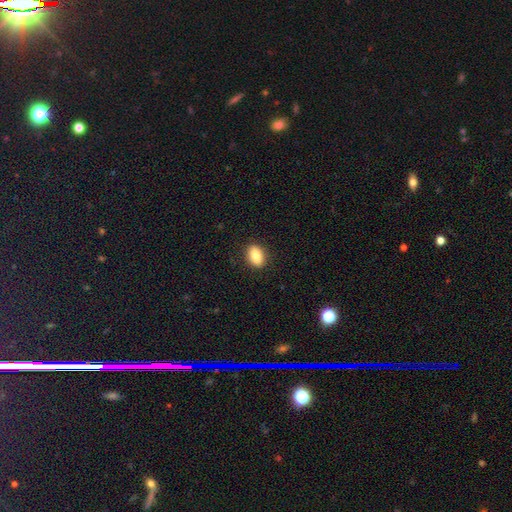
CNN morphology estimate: A smooth galaxy with no disk features (84%) that is in between round and cigar-shaped (84%).

Vote fractions:
- Smooth or featured? smooth: 84% / featured or disk: 8% / star or artifact: 8%
- How rounded? in between: 84% / round: 13% / cigar-shaped: 3%
- Merging? none: 88% / minor disturbance: 8% / major disturbance: 2% / merger: 1%